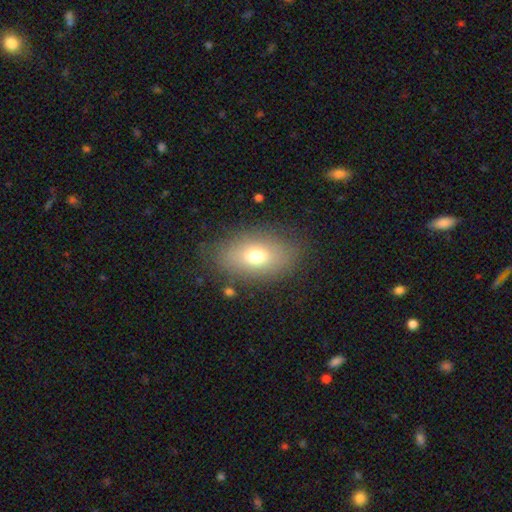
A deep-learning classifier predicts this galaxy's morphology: Smooth or featured? Predicted: smooth (p=0.71). How rounded? Predicted: in between (p=0.85). Merging? Predicted: none (p=0.81).